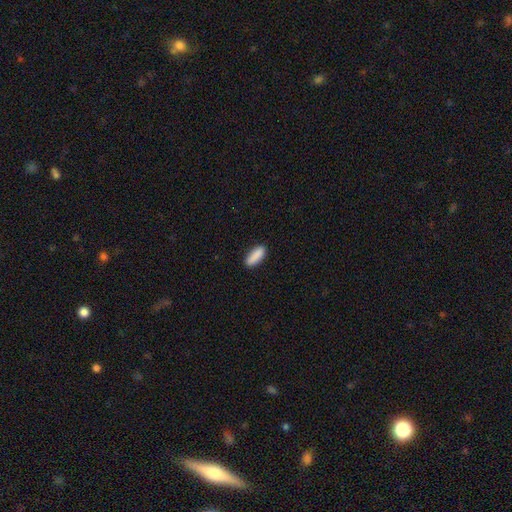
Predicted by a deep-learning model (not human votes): A smooth galaxy with no disk features (89%) that is in between round and cigar-shaped (64%). Merging: none (88%).